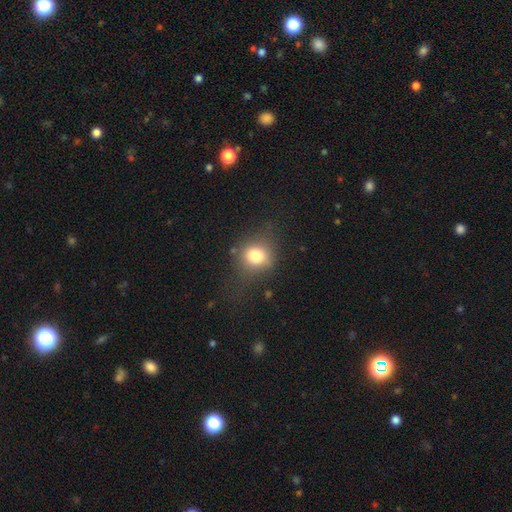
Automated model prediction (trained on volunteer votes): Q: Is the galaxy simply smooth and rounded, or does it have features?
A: smooth — 77%.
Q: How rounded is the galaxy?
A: round — 71%.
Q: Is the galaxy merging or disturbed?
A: none — 64%.